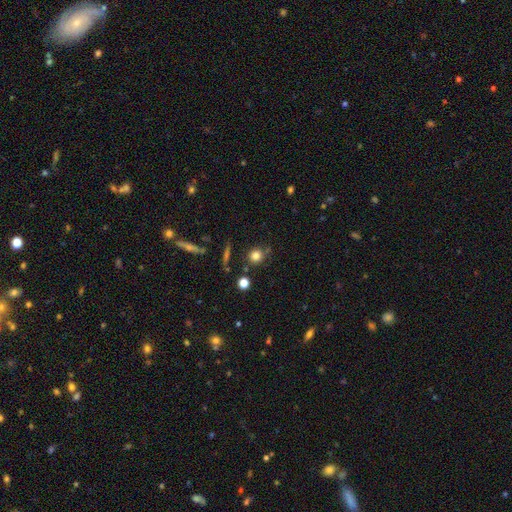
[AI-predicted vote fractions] Smooth or featured?
  - smooth: 79% *
  - star or artifact: 13%
  - featured or disk: 8%
How rounded?
  - round: 87% *
  - in between: 11%
  - cigar-shaped: 2%
Merging?
  - none: 75% *
  - minor disturbance: 13%
  - merger: 7%
  - major disturbance: 4%